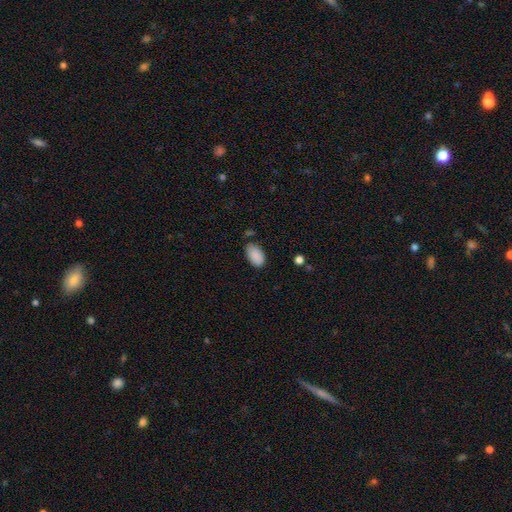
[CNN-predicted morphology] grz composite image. It shows a smooth galaxy with no disk features (89%) that is in between round and cigar-shaped (94%). Merging: none (73%).